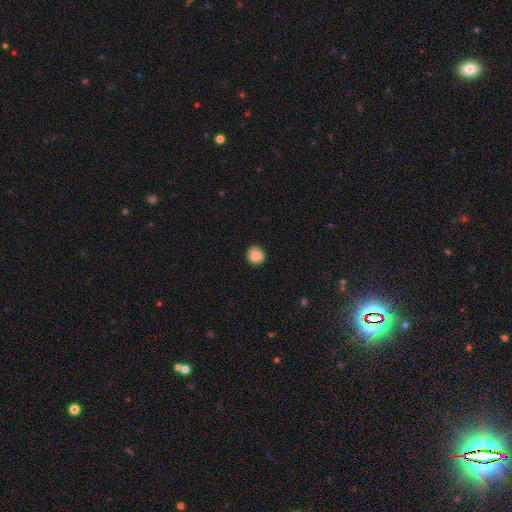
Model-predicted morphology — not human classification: smooth 87%, star or artifact 8%, featured or disk 5%. Down the decision tree: how rounded — round (91%); merging — none (86%).